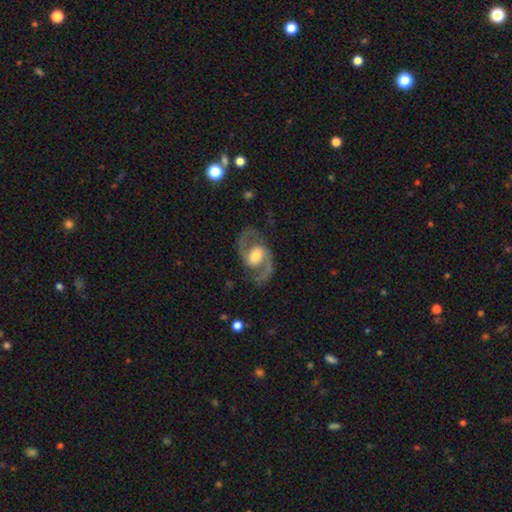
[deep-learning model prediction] This appears to be a featured or disk galaxy (89%) with a weak bar (47%), 2 (94%) medium (63%) spiral arms (96%) and a moderate central bulge (62%). Merging: none (81%).